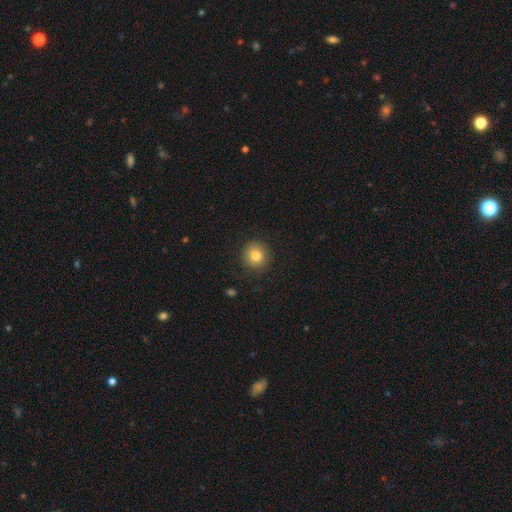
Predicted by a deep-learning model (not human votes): smooth 81%, star or artifact 10%, featured or disk 9%. Down the decision tree: how rounded — round (93%); merging — none (89%).